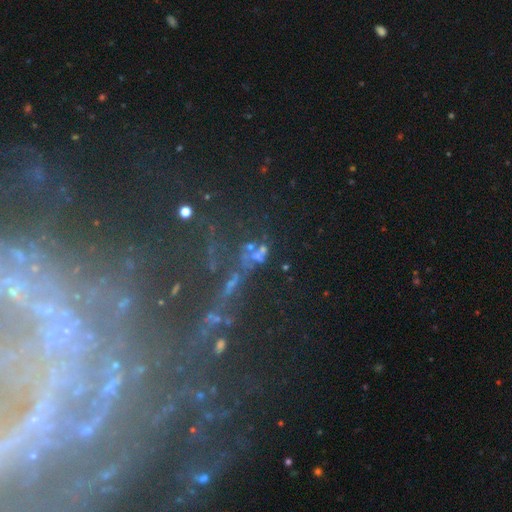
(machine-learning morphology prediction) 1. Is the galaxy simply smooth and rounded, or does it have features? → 60% star or artifact, 23% featured or disk, 17% smooth.